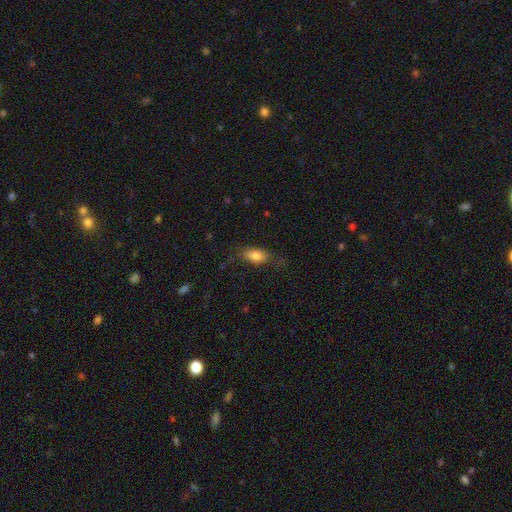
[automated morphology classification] Smooth or featured?
  - smooth: 79% *
  - featured or disk: 13%
  - star or artifact: 8%
How rounded?
  - in between: 84% *
  - cigar-shaped: 11%
  - round: 5%
Merging?
  - none: 67% *
  - minor disturbance: 21%
  - major disturbance: 10%
  - merger: 1%